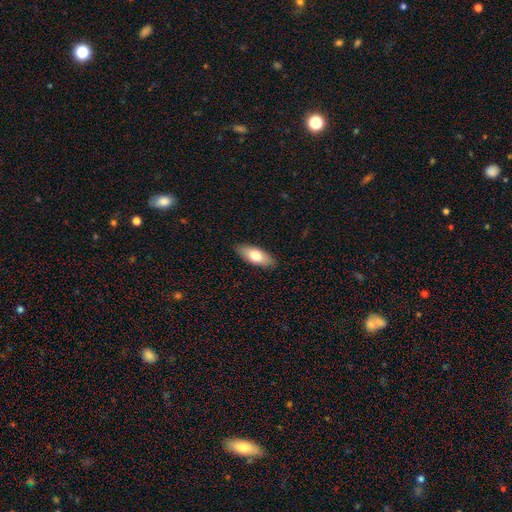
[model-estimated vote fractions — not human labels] smooth_or_featured: smooth (p=0.73) [alt: featured or disk p=0.21]
how_rounded: in between (p=0.79) [alt: cigar-shaped p=0.19]
merging: none (p=0.88) [alt: minor disturbance p=0.09]